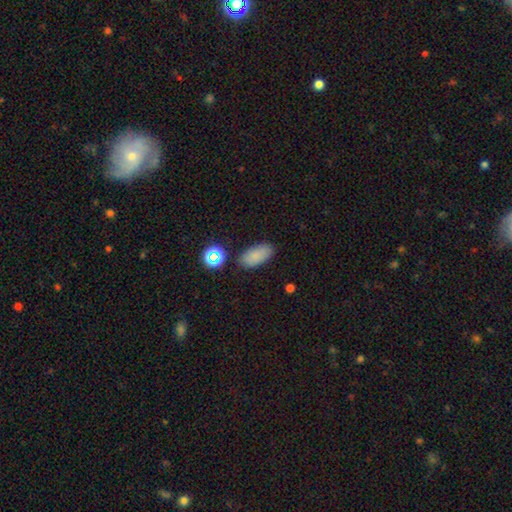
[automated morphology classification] smooth-or-featured: smooth: 82% | star or artifact: 11% | featured or disk: 7%
  how-rounded: in between: 91% | cigar-shaped: 5% | round: 4%
  merging: none: 82% | minor disturbance: 12% | merger: 3% | major disturbance: 3%